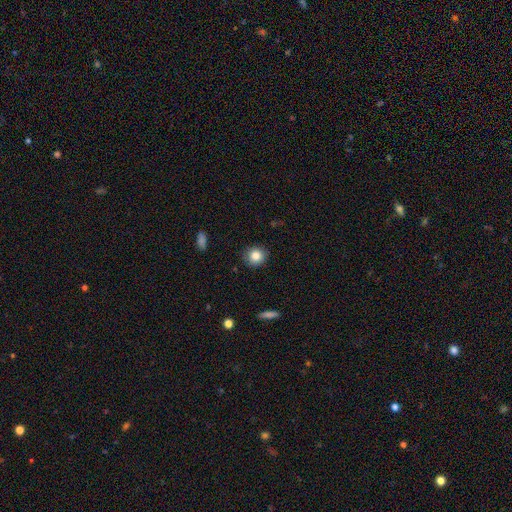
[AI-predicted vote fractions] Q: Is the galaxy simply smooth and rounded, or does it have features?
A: smooth — 83%.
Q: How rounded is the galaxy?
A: round — 87%.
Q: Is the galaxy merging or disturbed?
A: none — 88%.